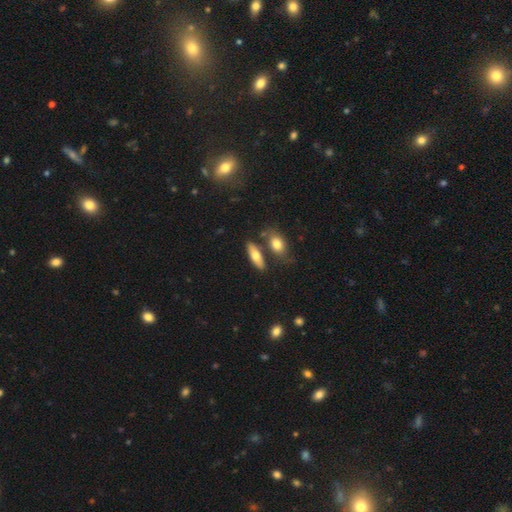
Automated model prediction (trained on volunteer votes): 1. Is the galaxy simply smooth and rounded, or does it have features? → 66% smooth, 27% featured or disk, 6% star or artifact.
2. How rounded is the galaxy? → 60% in between, 37% cigar-shaped, 4% round.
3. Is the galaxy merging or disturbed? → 69% none, 16% merger, 12% minor disturbance, 3% major disturbance.